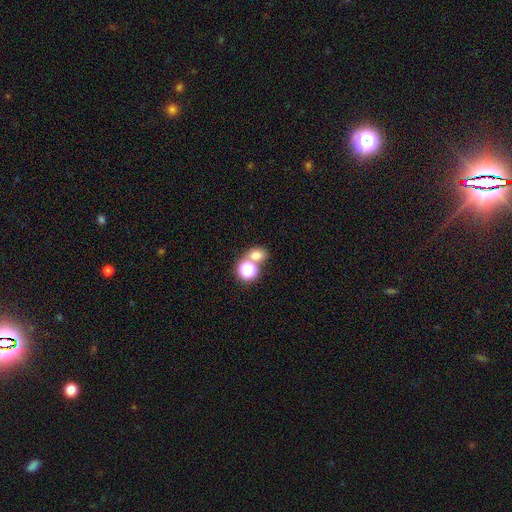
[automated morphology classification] Smooth or featured?
  - smooth: 71% *
  - star or artifact: 20%
  - featured or disk: 9%
How rounded?
  - round: 56% *
  - in between: 43%
  - cigar-shaped: 1%
Merging?
  - none: 53% *
  - merger: 35%
  - minor disturbance: 8%
  - major disturbance: 4%